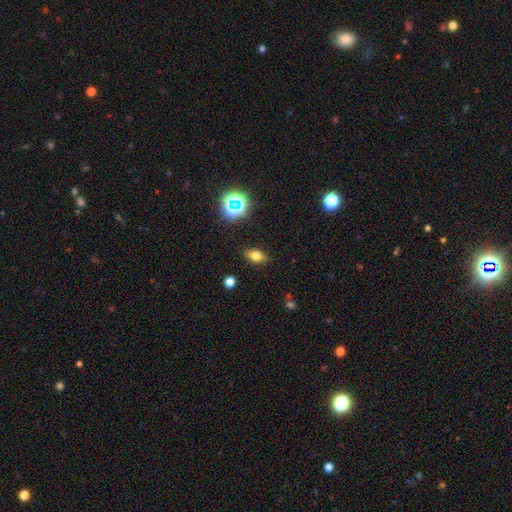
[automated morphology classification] Smooth or featured?
  - smooth: 71% *
  - star or artifact: 17%
  - featured or disk: 12%
How rounded?
  - in between: 81% *
  - round: 14%
  - cigar-shaped: 5%
Merging?
  - none: 87% *
  - minor disturbance: 9%
  - major disturbance: 2%
  - merger: 1%